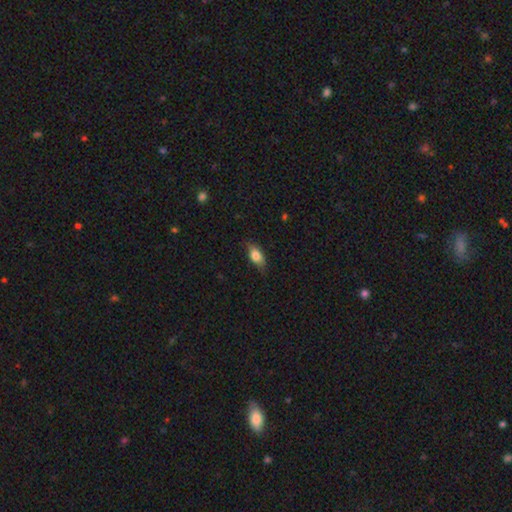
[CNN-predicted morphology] Q: Smooth or featured?
A: smooth (77%); runner-up: featured or disk (16%)
Q: How rounded?
A: in between (81%); runner-up: cigar-shaped (13%)
Q: Merging?
A: none (75%); runner-up: minor disturbance (20%)